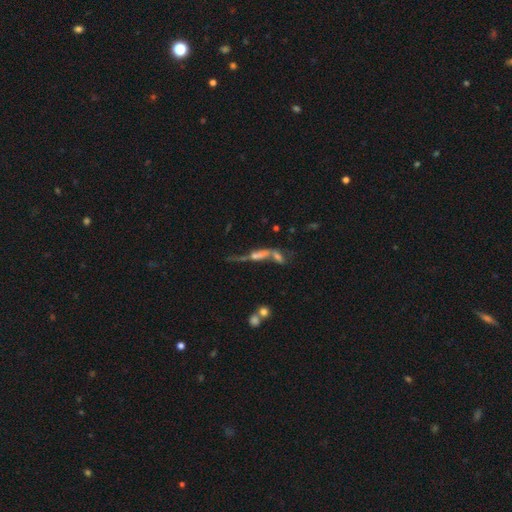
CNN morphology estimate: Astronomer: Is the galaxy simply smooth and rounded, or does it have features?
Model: featured or disk — 57%.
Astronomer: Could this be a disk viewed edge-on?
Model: no — 59% (runner-up: yes, 41%).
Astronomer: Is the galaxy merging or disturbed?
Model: merger — 44% (runner-up: none, 25%).